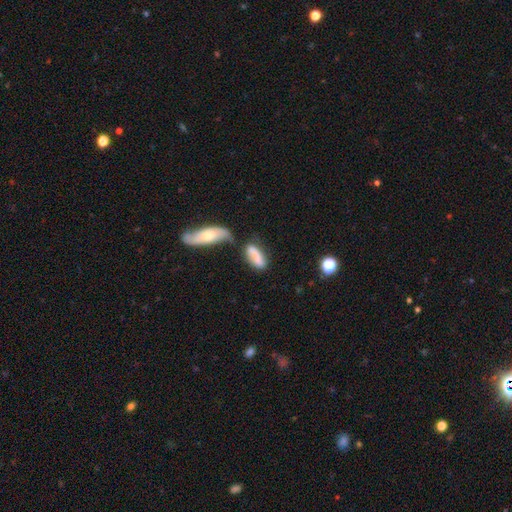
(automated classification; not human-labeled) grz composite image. It shows a smooth galaxy with no disk features (72%) that is in between round and cigar-shaped (64%). Merging: none (41%).